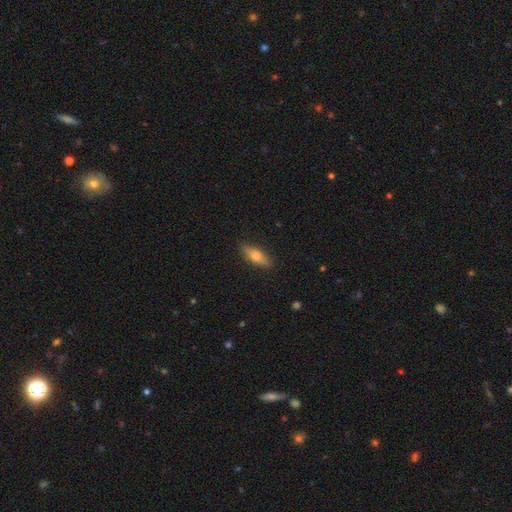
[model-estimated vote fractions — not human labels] Morphology: type=smooth (67%); roundness=in between (55%); merging=none (87%).